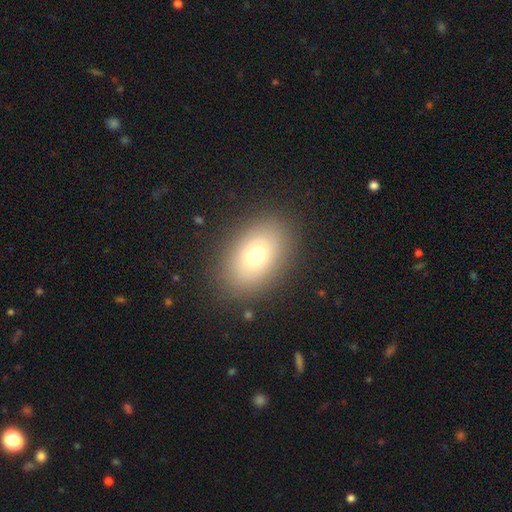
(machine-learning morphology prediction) A smooth galaxy with no disk features (74%) that is in between round and cigar-shaped (83%). Merging: none (88%).